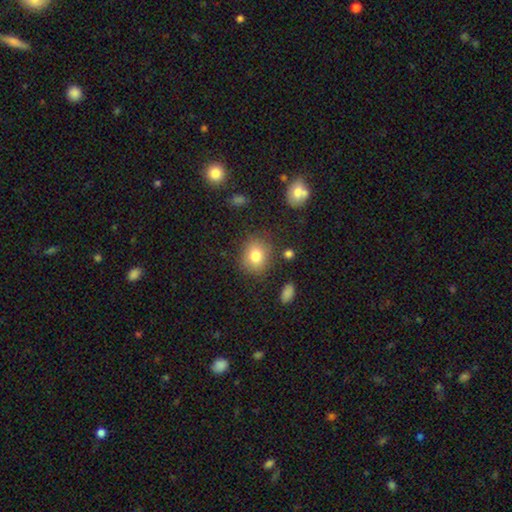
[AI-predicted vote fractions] Smooth or featured?
  - smooth: 80% *
  - star or artifact: 11%
  - featured or disk: 10%
How rounded?
  - round: 66% *
  - in between: 33%
  - cigar-shaped: 1%
Merging?
  - none: 81% *
  - minor disturbance: 12%
  - major disturbance: 4%
  - merger: 3%